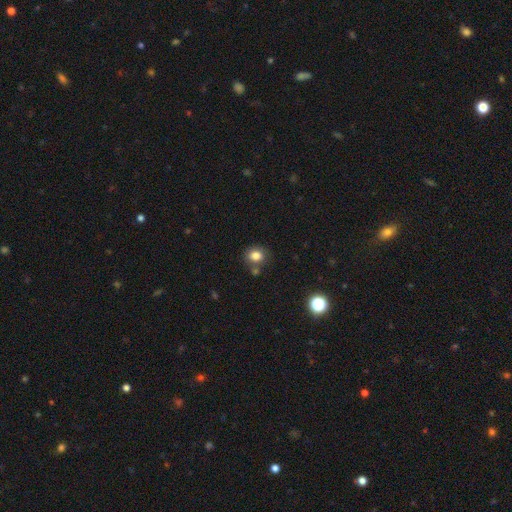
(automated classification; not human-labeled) The model was most divided on "how rounded": round: 64%, in between: 35%, cigar-shaped: 1%. More confident: smooth or featured — smooth (82%); merging — none (71%).